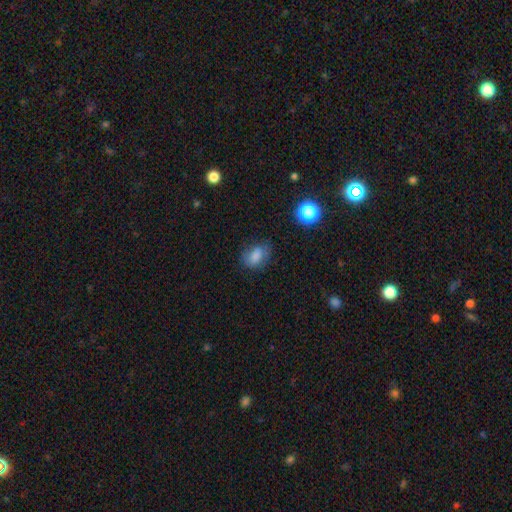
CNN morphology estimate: This is likely a smooth galaxy (76%). How rounded: likely in between (79%). Merging: likely none (62%).